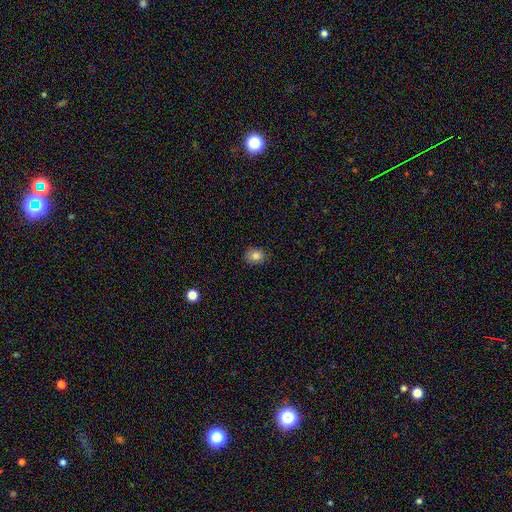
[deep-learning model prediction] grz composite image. It shows a smooth galaxy with no disk features (82%) that is round (58%). Merging: none (83%).